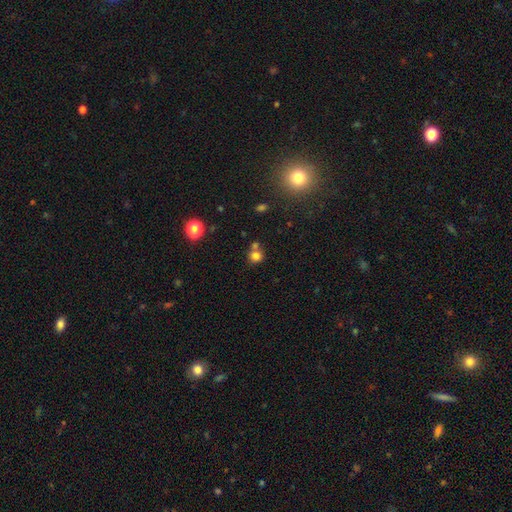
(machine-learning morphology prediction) This appears to be a smooth galaxy with no disk features (77%) that is round (85%). Merging: none (55%).